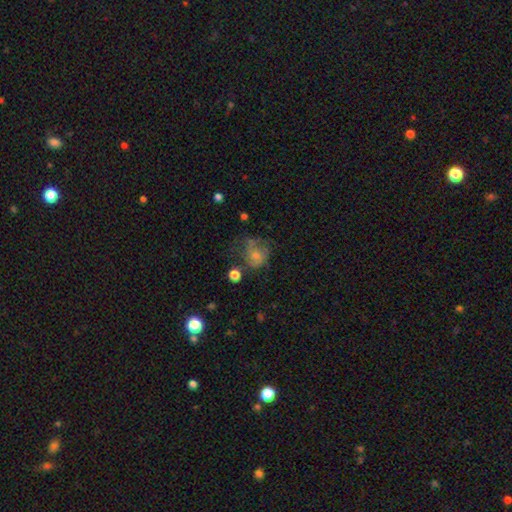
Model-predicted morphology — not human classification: Q: Smooth or featured?
A: smooth (45%); runner-up: featured or disk (38%)
Q: Merging?
A: none (44%); runner-up: major disturbance (25%)